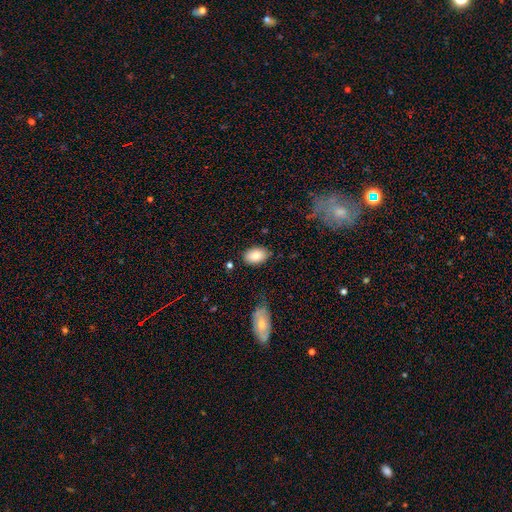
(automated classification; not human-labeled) A smooth galaxy with no disk features (84%) that is in between round and cigar-shaped (90%).

Vote fractions:
- Smooth or featured? smooth: 84% / featured or disk: 9% / star or artifact: 7%
- How rounded? in between: 90% / round: 9% / cigar-shaped: 1%
- Merging? none: 81% / minor disturbance: 14% / major disturbance: 3% / merger: 3%